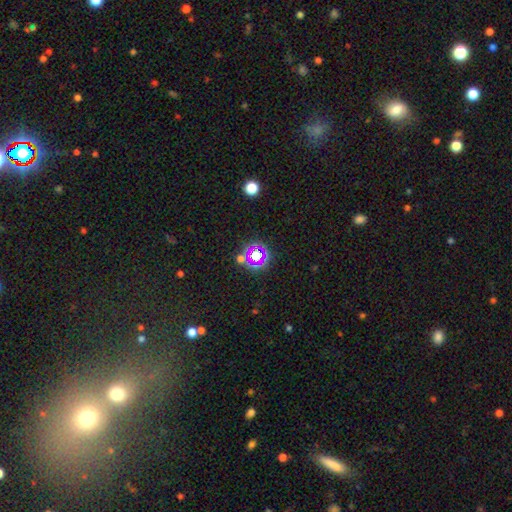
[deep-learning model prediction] Smooth or featured? star or artifact (61%)